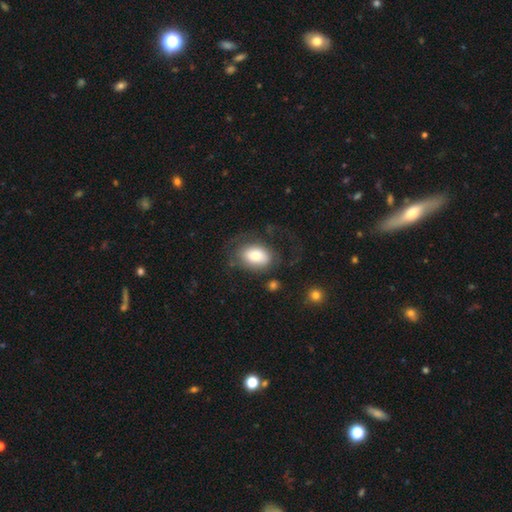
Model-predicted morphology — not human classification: This appears to be a smooth galaxy with no disk features (72%) that is in between round and cigar-shaped (85%). Merging: none (52%).